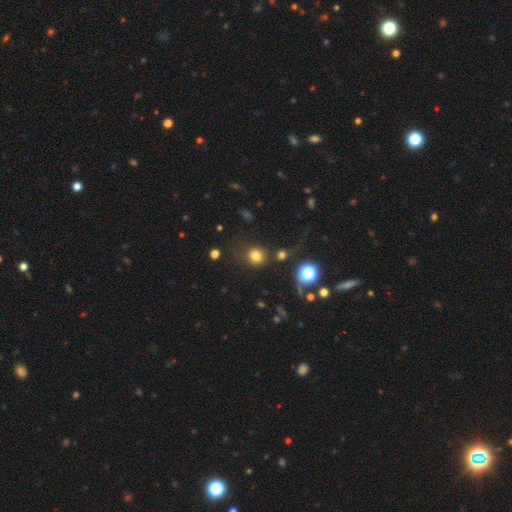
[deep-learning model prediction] This is likely a smooth galaxy (77%). How rounded: clearly round (86%). Merging: likely none (73%).